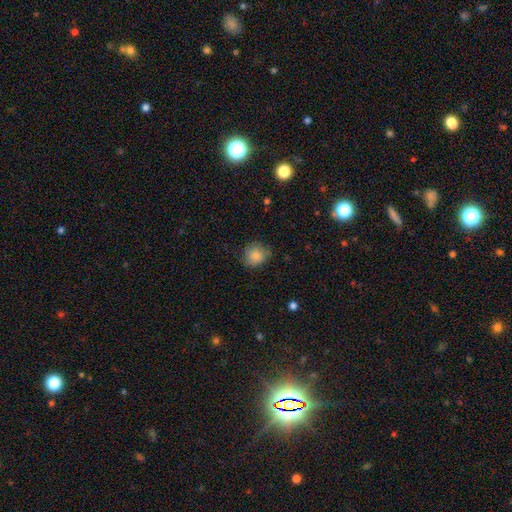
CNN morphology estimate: The model was most divided on "merging": none: 77%, minor disturbance: 18%, major disturbance: 4%, merger: 1%. More confident: smooth or featured — smooth (85%); how rounded — round (84%).